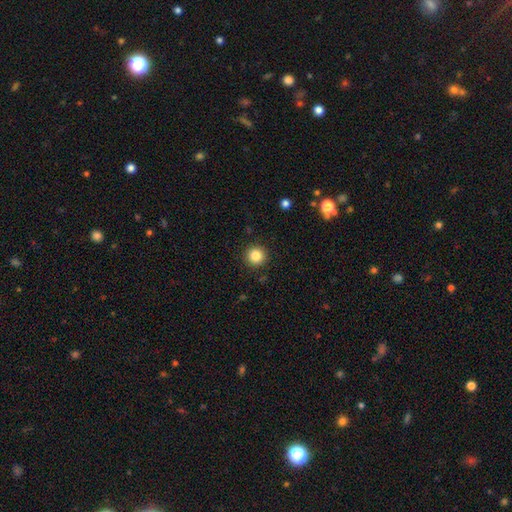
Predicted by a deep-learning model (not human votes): smooth-or-featured: smooth: 84% | star or artifact: 11% | featured or disk: 5%
  how-rounded: round: 96% | in between: 3% | cigar-shaped: 1%
  merging: none: 92% | minor disturbance: 5% | major disturbance: 2% | merger: 1%